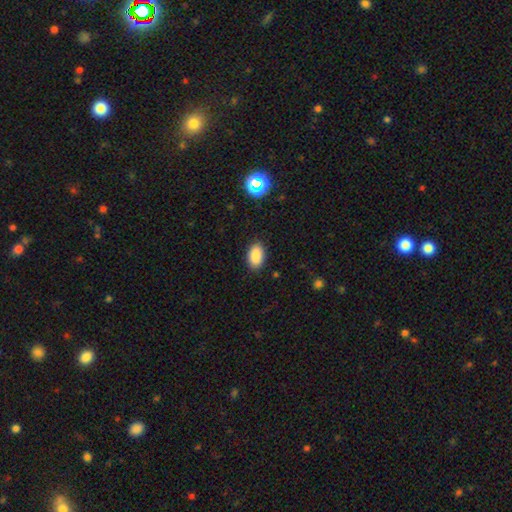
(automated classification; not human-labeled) Smooth or featured? Predicted: smooth (p=0.88). How rounded? Predicted: in between (p=0.91). Merging? Predicted: none (p=0.87).